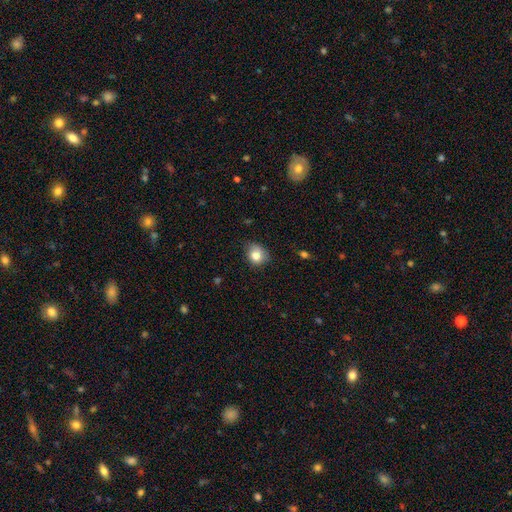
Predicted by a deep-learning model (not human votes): Smooth or featured? smooth (81%)
How rounded? round (61%)
Merging? none (62%)